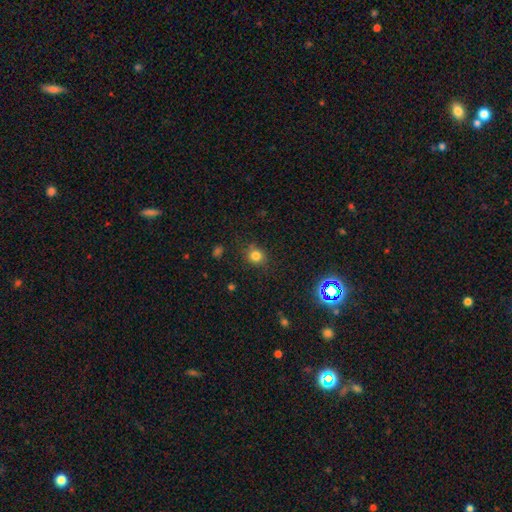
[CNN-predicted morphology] type=smooth (80%); roundness=round (83%); merging=none (80%).